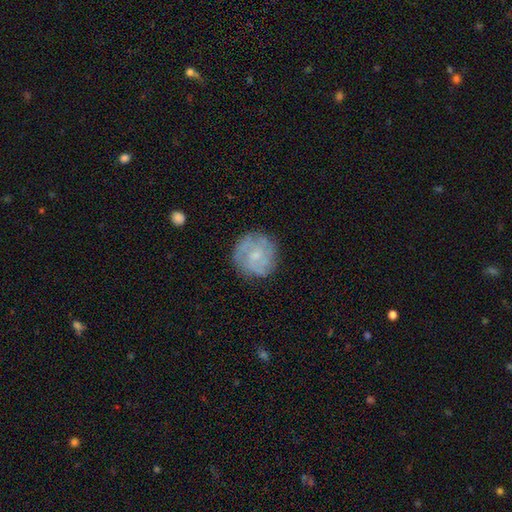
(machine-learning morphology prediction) type=featured or disk (57%); edge-on=no (97%); bar=no (66%); spiral arms=yes (73%); bulge=small (50%); merging=none (79%).